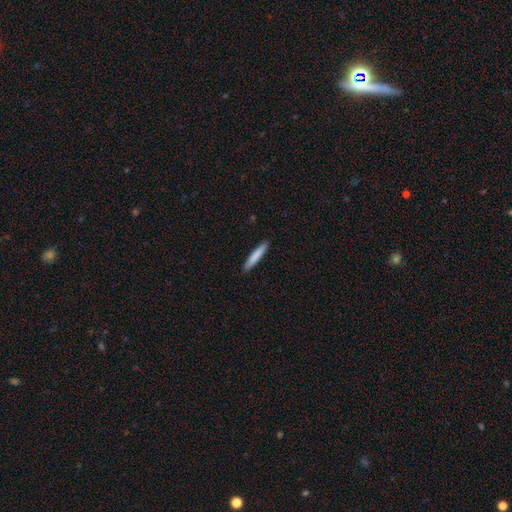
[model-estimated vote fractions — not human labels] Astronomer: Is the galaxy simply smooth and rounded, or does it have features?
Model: smooth — 82%.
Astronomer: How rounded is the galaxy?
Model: cigar-shaped — 95%.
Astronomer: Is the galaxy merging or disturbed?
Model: none — 91%.